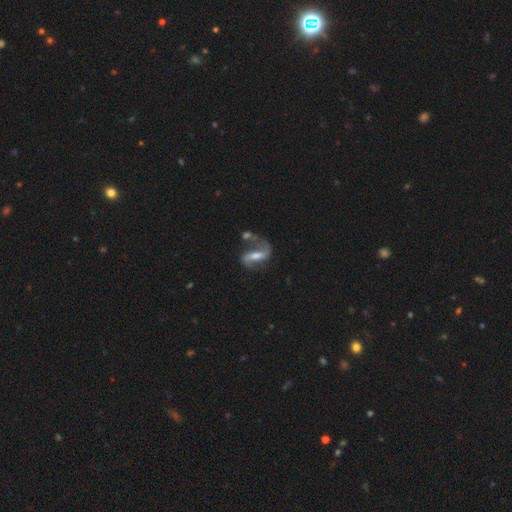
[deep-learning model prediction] A featured or disk galaxy (80%) with a strong bar (44%), 2 (80%) loose (64%) spiral arms (91%) and a moderate central bulge (50%). Merging: none (44%).